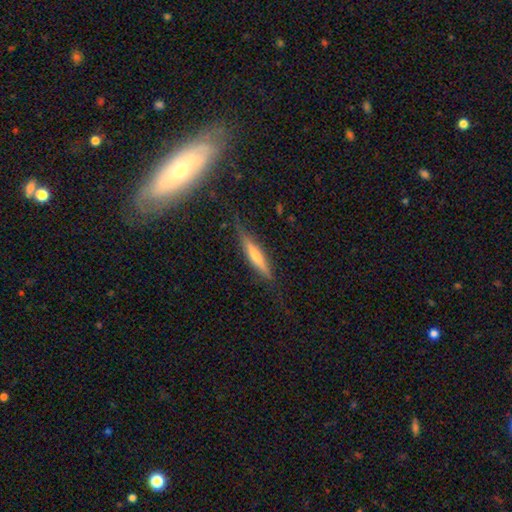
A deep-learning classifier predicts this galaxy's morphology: type=featured or disk (50%); merging=none (76%).